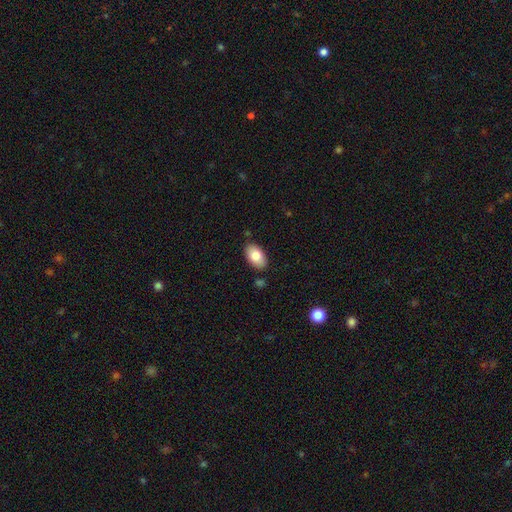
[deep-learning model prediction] Q: Smooth or featured?
A: smooth (81%); runner-up: featured or disk (12%)
Q: How rounded?
A: in between (94%); runner-up: round (5%)
Q: Merging?
A: none (84%); runner-up: minor disturbance (11%)